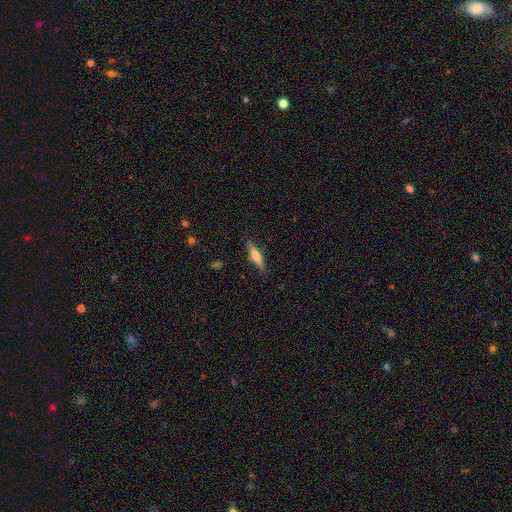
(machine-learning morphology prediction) Smooth or featured? smooth (49%)
Merging? none (85%)